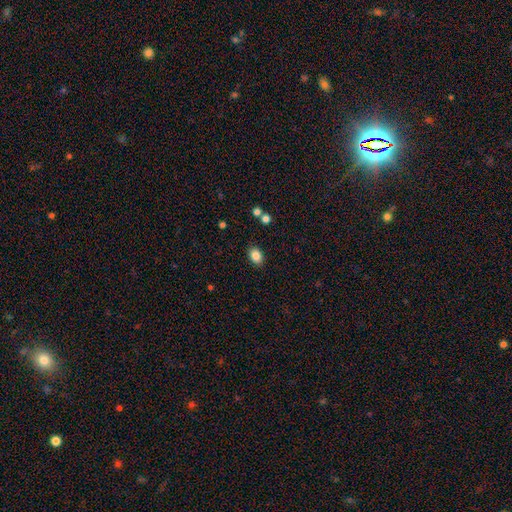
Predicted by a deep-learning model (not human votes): Smooth or featured? smooth (85%)
How rounded? in between (78%)
Merging? none (87%)